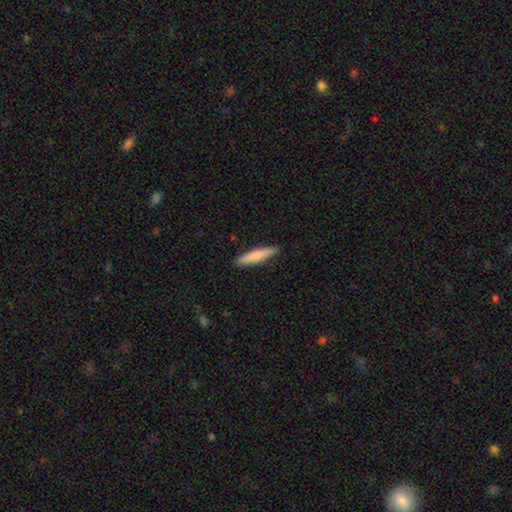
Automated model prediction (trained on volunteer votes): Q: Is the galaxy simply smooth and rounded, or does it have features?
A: smooth — 75%.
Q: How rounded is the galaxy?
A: cigar-shaped — 87%.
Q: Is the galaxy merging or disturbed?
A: none — 88%.